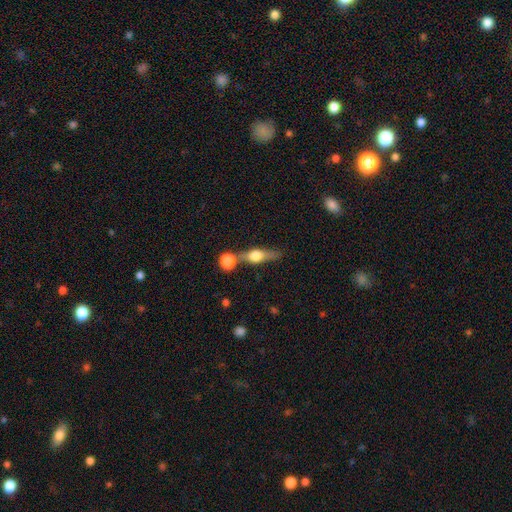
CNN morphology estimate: A featured or disk galaxy (55%) viewed edge-on (90%).

Vote fractions:
- Smooth or featured? featured or disk: 55% / smooth: 36% / star or artifact: 8%
- Edge-on disk? yes: 90% / no: 10%
- Merging? none: 56% / merger: 26% / minor disturbance: 12% / major disturbance: 5%